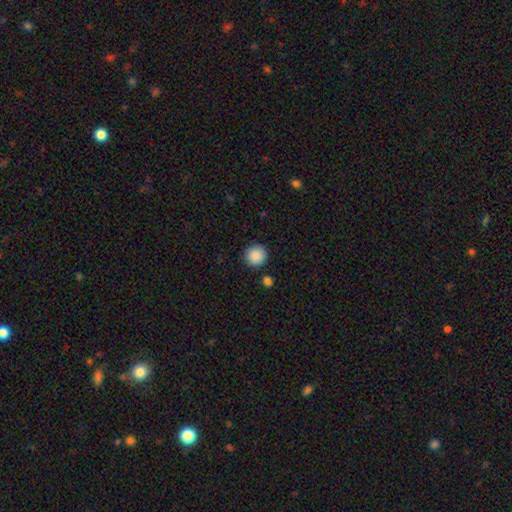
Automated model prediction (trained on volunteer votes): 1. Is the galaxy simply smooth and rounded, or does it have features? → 89% smooth, 8% star or artifact, 3% featured or disk.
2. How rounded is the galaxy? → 91% round, 8% in between, 1% cigar-shaped.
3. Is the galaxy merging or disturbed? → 88% none, 7% minor disturbance, 3% merger, 2% major disturbance.